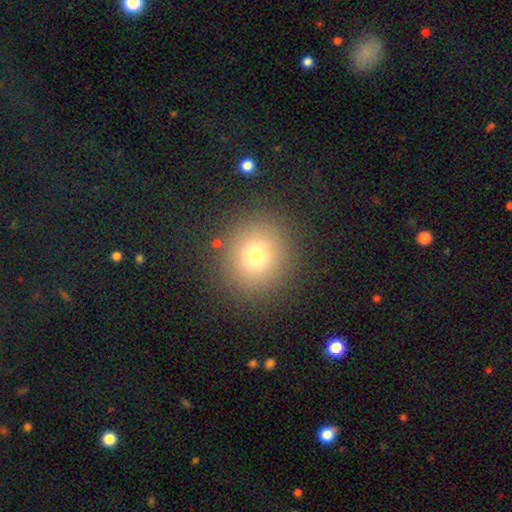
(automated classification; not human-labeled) The model was most divided on "smooth or featured": smooth: 75%, star or artifact: 15%, featured or disk: 11%. More confident: how rounded — round (90%); merging — none (88%).